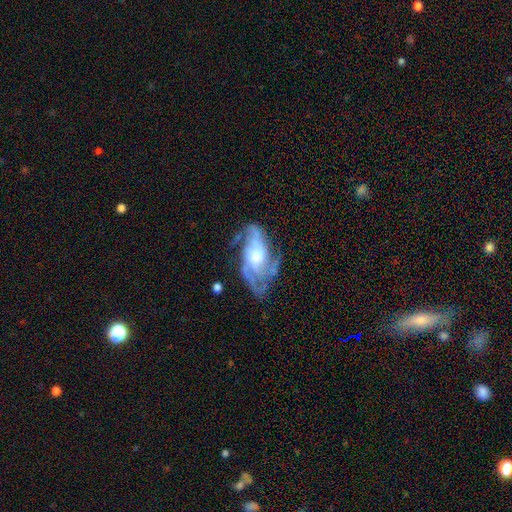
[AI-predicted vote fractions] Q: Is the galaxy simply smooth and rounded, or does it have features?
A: featured or disk — 86%.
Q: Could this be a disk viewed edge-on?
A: no — 96%.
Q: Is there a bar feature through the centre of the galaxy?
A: no — 64%.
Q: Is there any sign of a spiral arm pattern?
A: yes — 94%.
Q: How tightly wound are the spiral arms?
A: medium — 45%.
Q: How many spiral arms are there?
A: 3 — 34%.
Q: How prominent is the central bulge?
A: moderate — 52%.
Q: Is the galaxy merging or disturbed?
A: none — 59%.